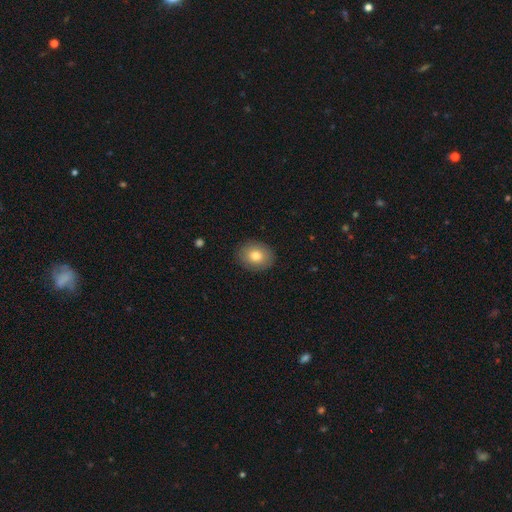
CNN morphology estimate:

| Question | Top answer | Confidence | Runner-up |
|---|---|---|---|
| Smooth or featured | smooth | 80% | featured or disk (12%) |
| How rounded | in between | 50% | round (49%) |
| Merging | none | 89% | minor disturbance (8%) |